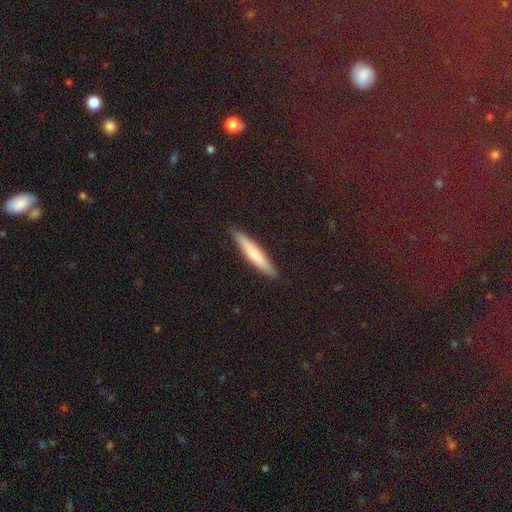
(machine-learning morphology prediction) The model was most divided on "smooth or featured": smooth: 65%, featured or disk: 28%, star or artifact: 7%. More confident: how rounded — cigar-shaped (91%); merging — none (89%).